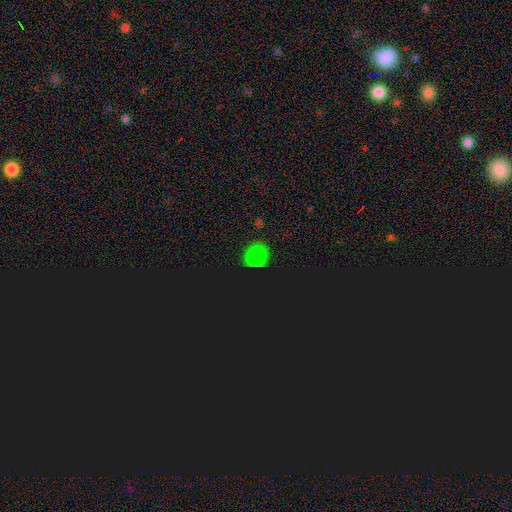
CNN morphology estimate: smooth 59%, star or artifact 36%, featured or disk 5%. Down the decision tree: how rounded — round (71%); merging — none (80%).